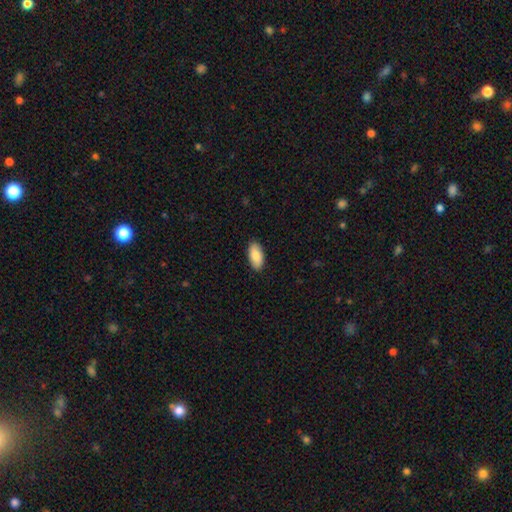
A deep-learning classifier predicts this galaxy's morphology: type=smooth (87%); roundness=in between (93%); merging=none (89%).